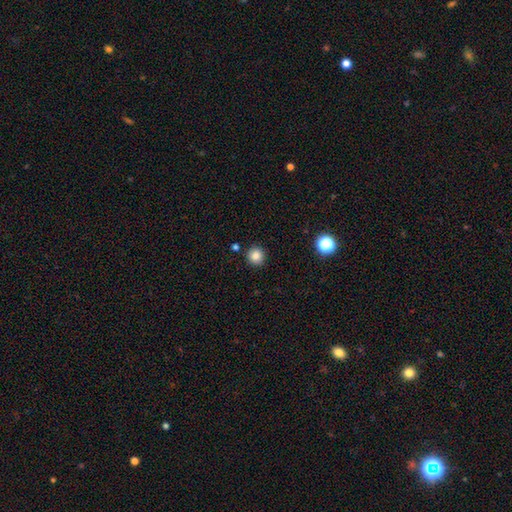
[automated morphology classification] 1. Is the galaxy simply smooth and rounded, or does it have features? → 85% smooth, 11% star or artifact, 4% featured or disk.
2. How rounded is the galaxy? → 93% round, 6% in between, 1% cigar-shaped.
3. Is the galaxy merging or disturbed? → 90% none, 6% minor disturbance, 3% merger, 2% major disturbance.